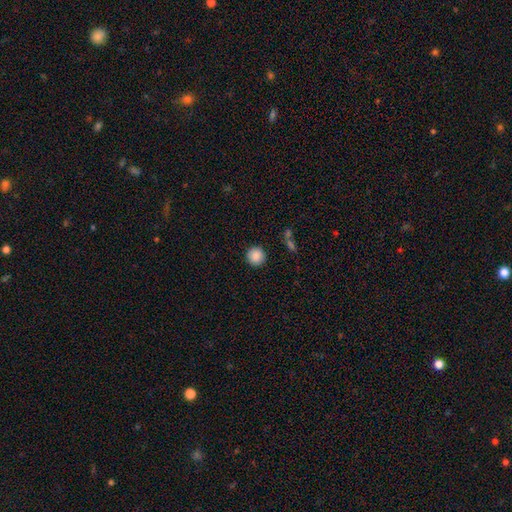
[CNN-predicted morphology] The model was most divided on "smooth or featured": smooth: 88%, star or artifact: 8%, featured or disk: 4%. More confident: how rounded — round (95%); merging — none (91%).